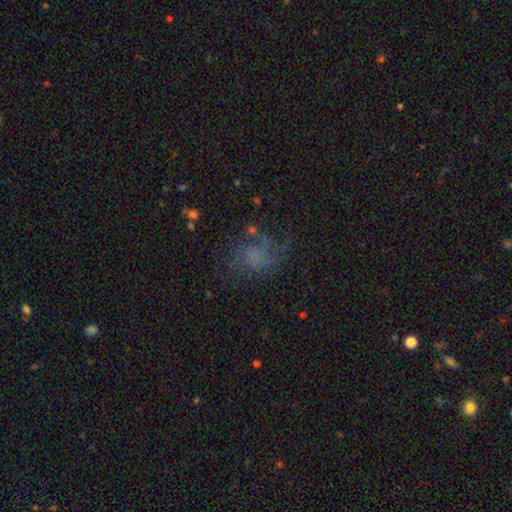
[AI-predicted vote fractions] Morphology: type=featured or disk (43%); merging=none (48%).